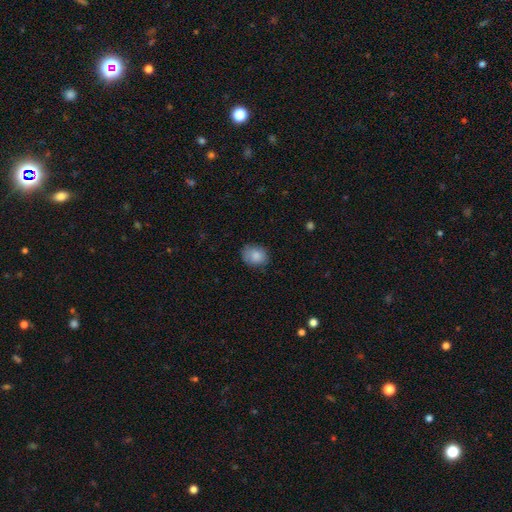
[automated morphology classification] Overall: smooth (83%). How rounded: in between (50%, tied with round). Merging: none (72%).